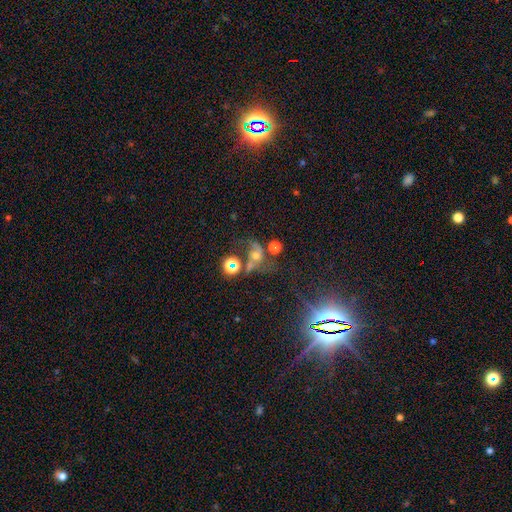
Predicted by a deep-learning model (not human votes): featured or disk 50%, star or artifact 30%, smooth 19%. Down the decision tree: edge-on disk — no (95%); merging — none (42%).